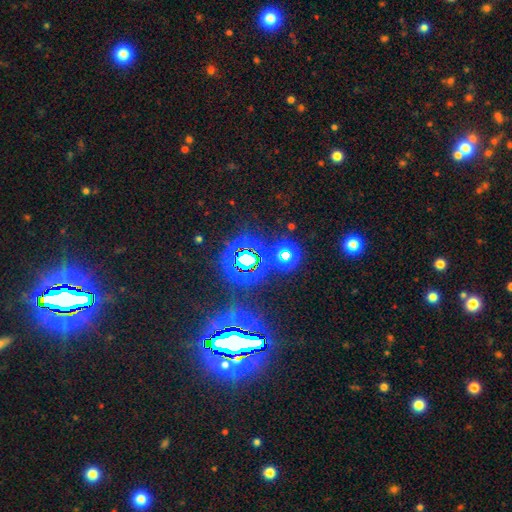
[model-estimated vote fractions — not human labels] Overall: star or artifact (82%).